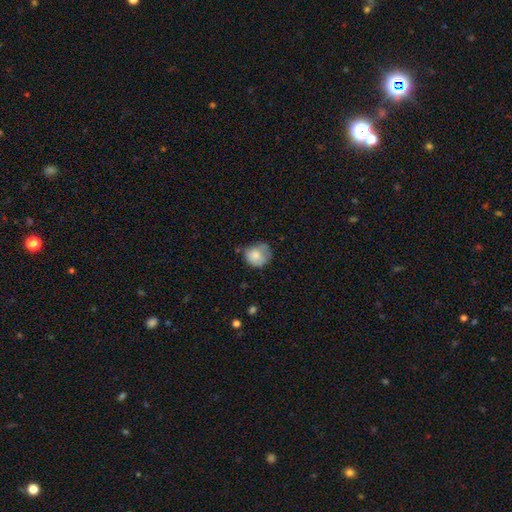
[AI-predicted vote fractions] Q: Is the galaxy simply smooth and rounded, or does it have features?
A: smooth — 77%.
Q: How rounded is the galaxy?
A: round — 73%.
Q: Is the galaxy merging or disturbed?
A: none — 46%.